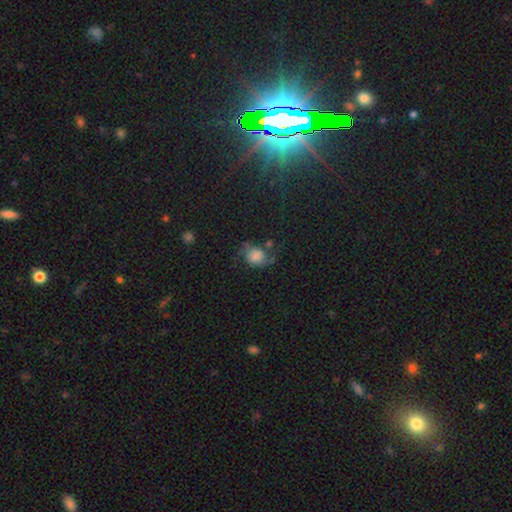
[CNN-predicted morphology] smooth-or-featured: smooth: 44% | featured or disk: 43% | star or artifact: 13%
  merging: none: 43% | major disturbance: 26% | minor disturbance: 24% | merger: 7%